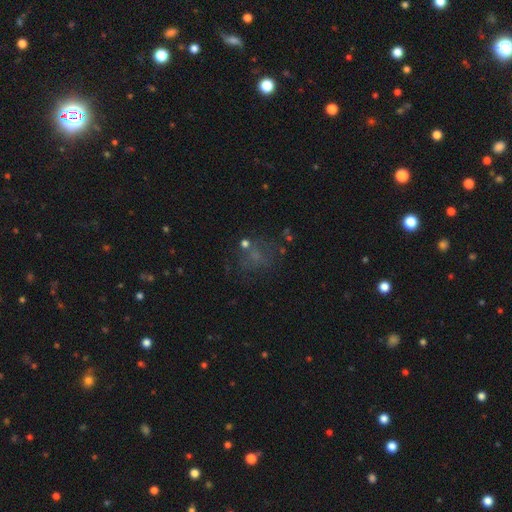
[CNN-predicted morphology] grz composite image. It shows a smooth galaxy with no disk features (40%). Merging: none (55%).